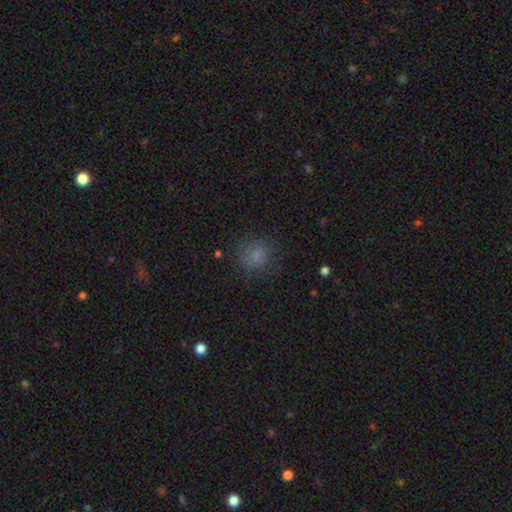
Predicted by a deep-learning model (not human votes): This appears to be a smooth galaxy with no disk features (75%) that is round (81%). Merging: none (71%).